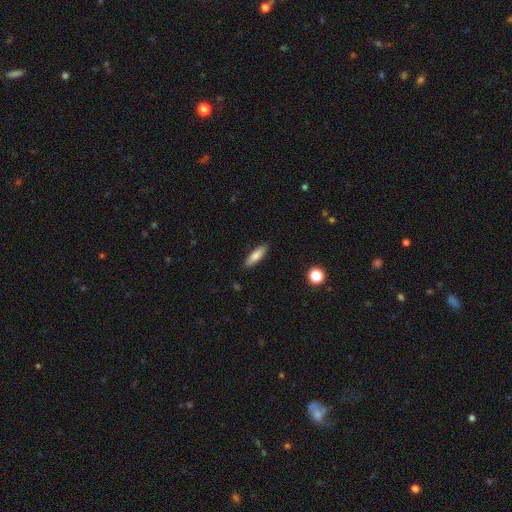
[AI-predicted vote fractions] Smooth or featured? smooth (77%)
How rounded? cigar-shaped (57%)
Merging? none (88%)